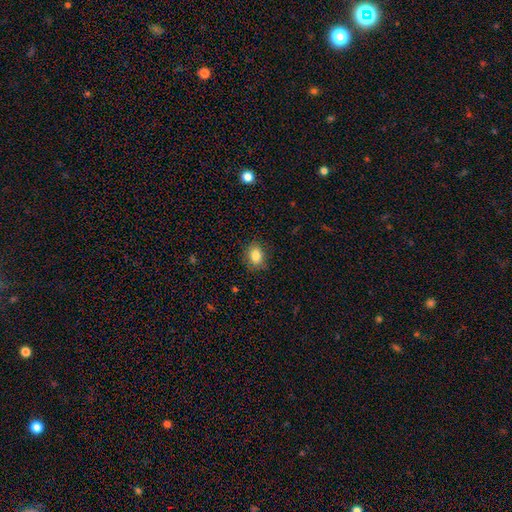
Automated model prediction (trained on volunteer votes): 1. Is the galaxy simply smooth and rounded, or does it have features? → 84% smooth, 9% star or artifact, 6% featured or disk.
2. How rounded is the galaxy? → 54% in between, 45% round, 1% cigar-shaped.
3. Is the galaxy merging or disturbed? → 82% none, 13% minor disturbance, 3% major disturbance, 1% merger.